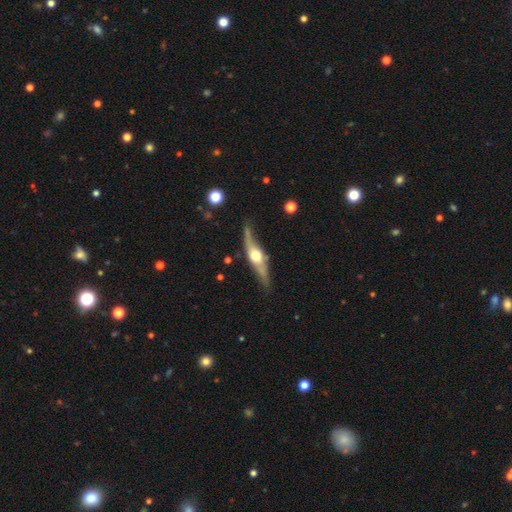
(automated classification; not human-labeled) smooth-or-featured: featured or disk: 73% | smooth: 22% | star or artifact: 5%
  disk-edge-on: yes: 87% | no: 13%
    edge-on-bulge: rounded: 93% | boxy: 5% | none: 2%
  merging: none: 72% | minor disturbance: 19% | major disturbance: 6% | merger: 3%